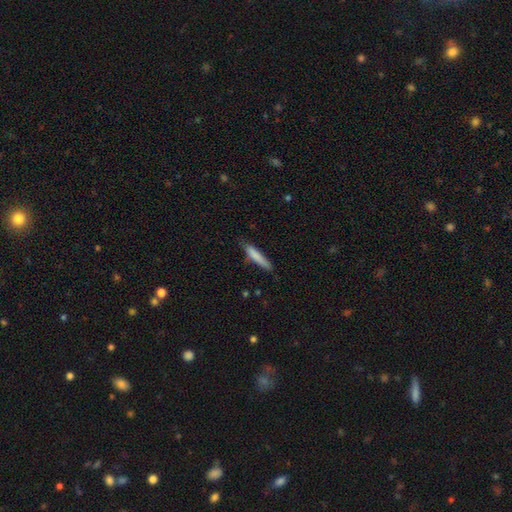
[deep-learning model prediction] Smooth or featured? smooth (79%)
How rounded? cigar-shaped (89%)
Merging? none (74%)